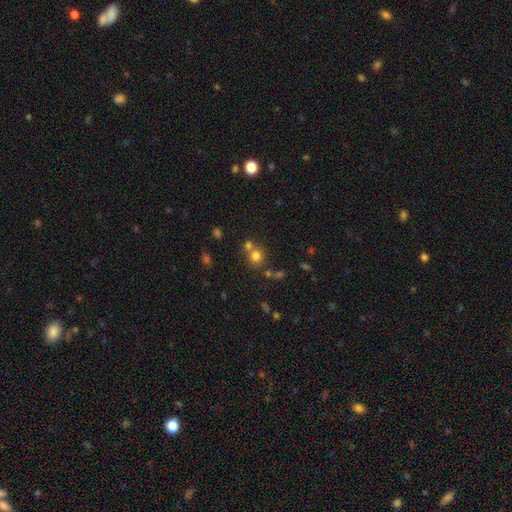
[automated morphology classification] The model was most divided on "merging": none: 58%, merger: 31%, minor disturbance: 8%, major disturbance: 3%. More confident: how rounded — round (84%); smooth or featured — smooth (74%).